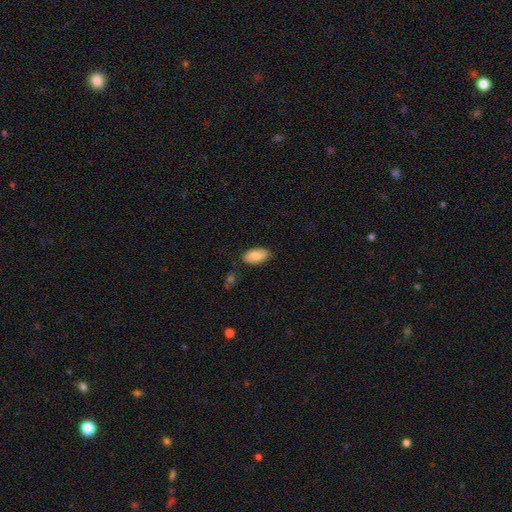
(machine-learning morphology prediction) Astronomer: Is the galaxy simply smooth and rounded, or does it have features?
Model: smooth — 83%.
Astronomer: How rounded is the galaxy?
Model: in between — 95%.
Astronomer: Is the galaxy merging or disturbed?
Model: none — 84%.